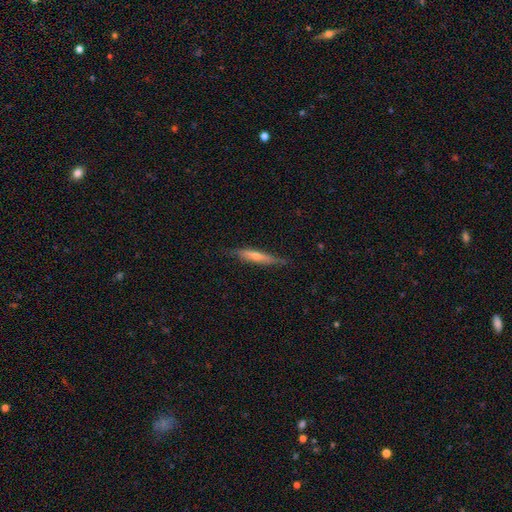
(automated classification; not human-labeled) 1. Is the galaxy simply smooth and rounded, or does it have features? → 50% featured or disk, 44% smooth, 6% star or artifact.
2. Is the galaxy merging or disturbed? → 81% none, 15% minor disturbance, 3% major disturbance, 1% merger.